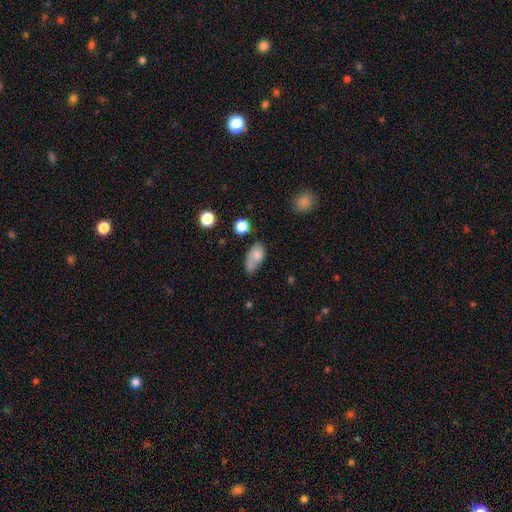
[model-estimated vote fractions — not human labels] Q: Smooth or featured?
A: smooth (74%); runner-up: featured or disk (17%)
Q: How rounded?
A: in between (86%); runner-up: round (9%)
Q: Merging?
A: none (38%); runner-up: minor disturbance (30%)